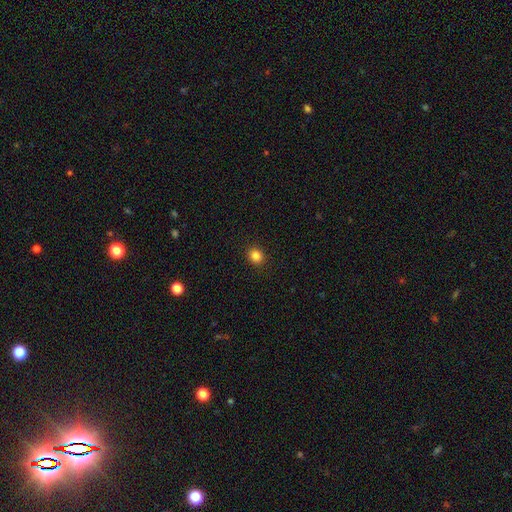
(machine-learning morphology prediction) smooth_or_featured: smooth (p=0.84) [alt: star or artifact p=0.12]
how_rounded: round (p=0.76) [alt: in between p=0.23]
merging: none (p=0.92) [alt: minor disturbance p=0.05]